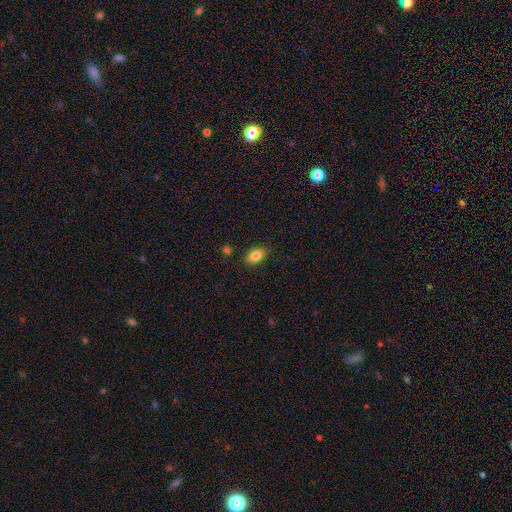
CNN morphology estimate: This appears to be a smooth galaxy with no disk features (83%) that is in between round and cigar-shaped (87%). Merging: none (86%).